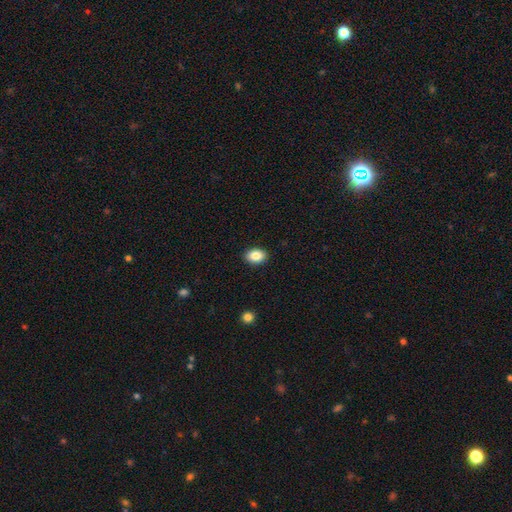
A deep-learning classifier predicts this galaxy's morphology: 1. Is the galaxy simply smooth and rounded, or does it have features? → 86% smooth, 8% star or artifact, 6% featured or disk.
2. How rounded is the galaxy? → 76% in between, 22% round, 1% cigar-shaped.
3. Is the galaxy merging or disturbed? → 91% none, 7% minor disturbance, 2% major disturbance, 1% merger.